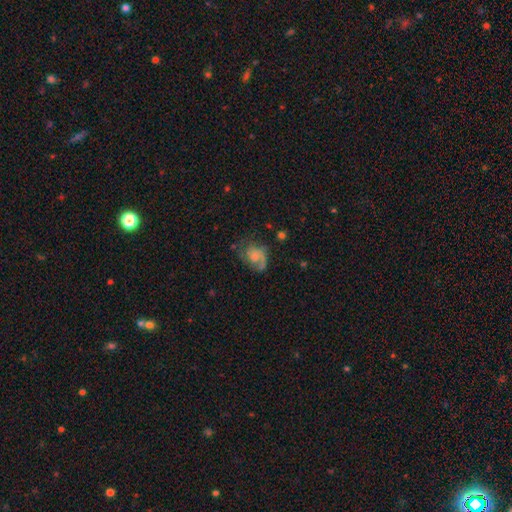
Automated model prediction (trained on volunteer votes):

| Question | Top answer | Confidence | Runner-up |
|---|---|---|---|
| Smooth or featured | featured or disk | 65% | smooth (27%) |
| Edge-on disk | no | 98% | yes (2%) |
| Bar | no | 71% | weak (26%) |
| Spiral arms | yes | 89% | no (11%) |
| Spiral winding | medium | 44% | loose (29%) |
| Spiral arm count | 2 | 42% | 1 (41%) |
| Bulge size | small | 41% | moderate (30%) |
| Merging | none | 49% | minor disturbance (24%) |